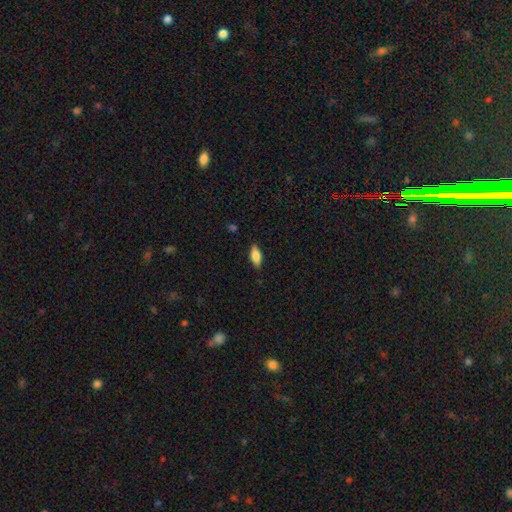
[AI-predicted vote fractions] Overall: smooth (81%). How rounded: in between (81%). Merging: none (85%).